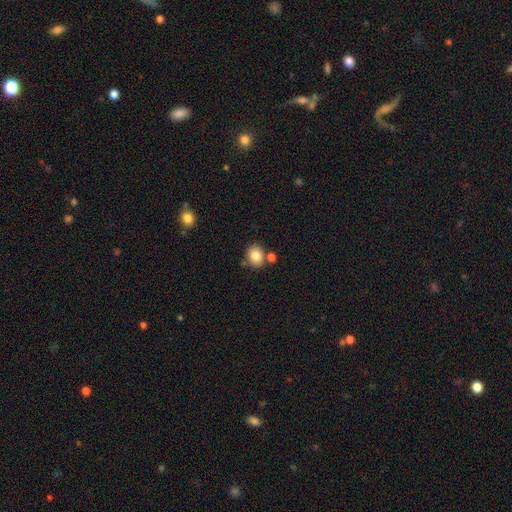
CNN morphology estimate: This is clearly a smooth galaxy (82%). How rounded: likely round (63%). Merging: likely none (72%).